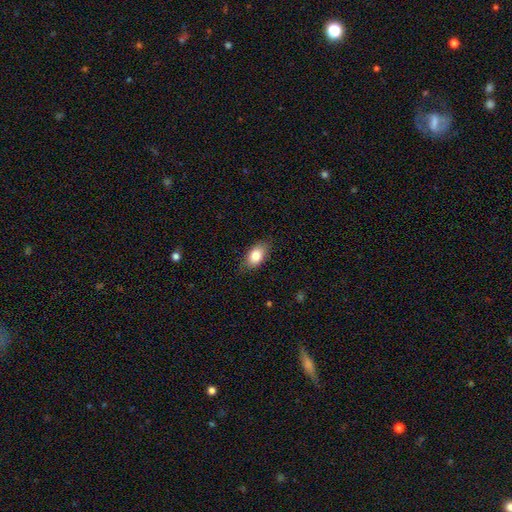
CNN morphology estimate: Q: Smooth or featured?
A: smooth (81%); runner-up: featured or disk (12%)
Q: How rounded?
A: in between (89%); runner-up: round (8%)
Q: Merging?
A: none (79%); runner-up: minor disturbance (16%)